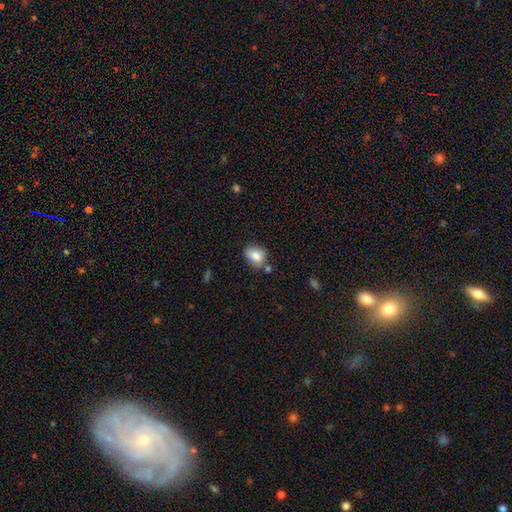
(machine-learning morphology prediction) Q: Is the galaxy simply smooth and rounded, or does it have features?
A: smooth — 83%.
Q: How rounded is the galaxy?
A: in between — 63%.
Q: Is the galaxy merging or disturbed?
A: none — 63%.